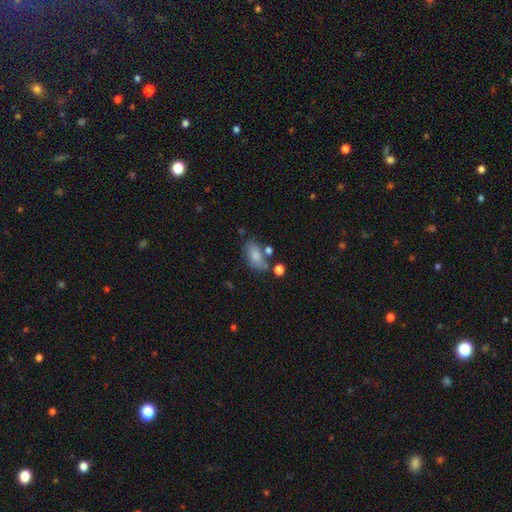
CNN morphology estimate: type=smooth (75%); roundness=in between (89%); merging=none (54%).